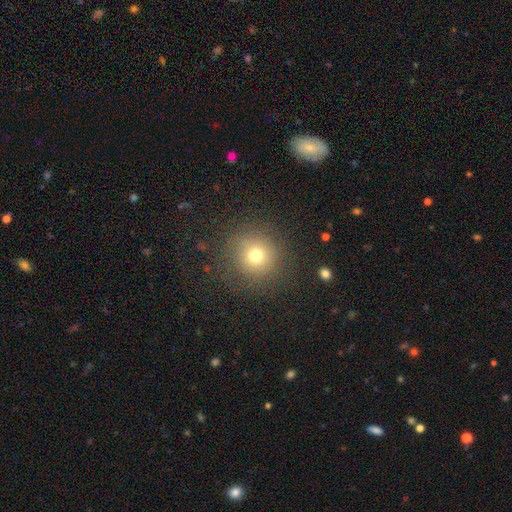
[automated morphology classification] Smooth or featured: smooth — 72% (star or artifact — 17%)
How rounded: round — 94% (in between — 5%)
Merging: none — 85% (minor disturbance — 9%)